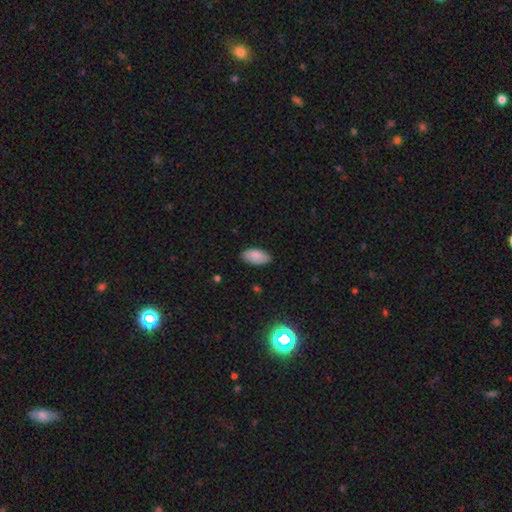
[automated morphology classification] A smooth galaxy with no disk features (86%) that is in between round and cigar-shaped (94%).

Vote fractions:
- Smooth or featured? smooth: 86% / star or artifact: 7% / featured or disk: 7%
- How rounded? in between: 94% / cigar-shaped: 4% / round: 2%
- Merging? none: 85% / minor disturbance: 12% / major disturbance: 2% / merger: 1%